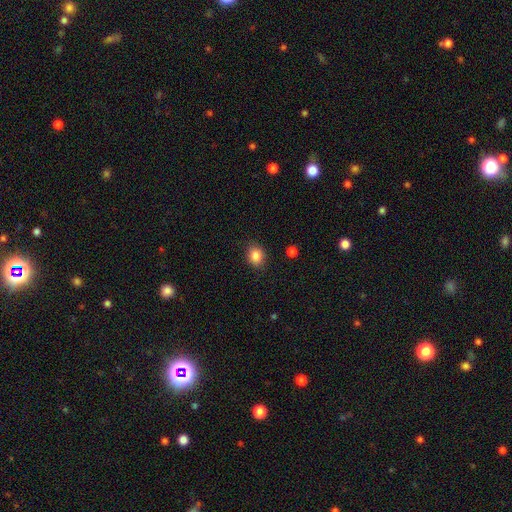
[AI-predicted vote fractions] Smooth or featured: smooth — 85% (star or artifact — 10%)
How rounded: round — 54% (in between — 45%)
Merging: none — 86% (minor disturbance — 10%)